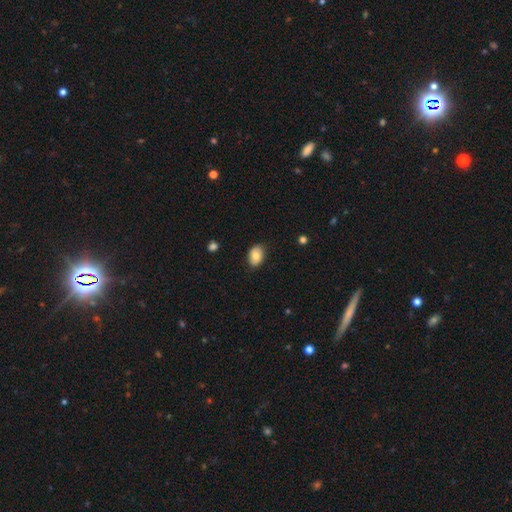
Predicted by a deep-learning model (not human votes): A smooth galaxy with no disk features (80%) that is in between round and cigar-shaped (82%).

Vote fractions:
- Smooth or featured? smooth: 80% / featured or disk: 13% / star or artifact: 7%
- How rounded? in between: 82% / round: 17% / cigar-shaped: 1%
- Merging? none: 83% / minor disturbance: 14% / major disturbance: 2% / merger: 1%